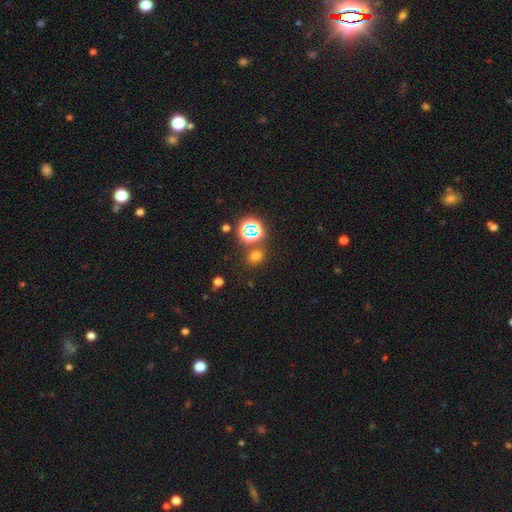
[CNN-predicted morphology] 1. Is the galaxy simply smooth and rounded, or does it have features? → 63% smooth, 31% star or artifact, 7% featured or disk.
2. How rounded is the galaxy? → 64% round, 35% in between, 1% cigar-shaped.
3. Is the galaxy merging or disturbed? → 76% none, 11% merger, 10% minor disturbance, 4% major disturbance.